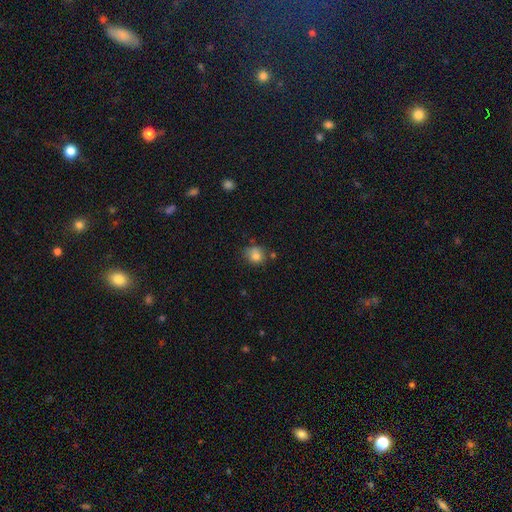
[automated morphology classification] A smooth galaxy with no disk features (80%) that is round (72%). Merging: none (66%).